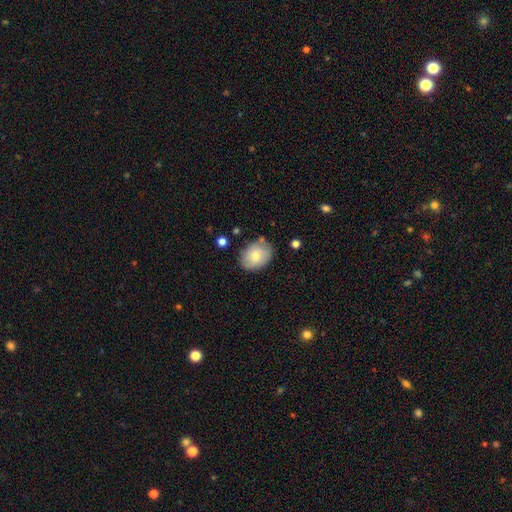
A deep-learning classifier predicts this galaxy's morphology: This is likely a smooth galaxy (71%). How rounded: likely in between (61%). Merging: likely none (75%).